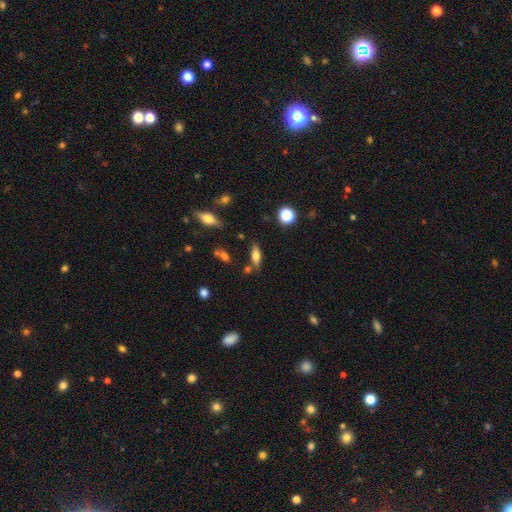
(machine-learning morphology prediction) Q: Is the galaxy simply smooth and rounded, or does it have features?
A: smooth — 67%.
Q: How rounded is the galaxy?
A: in between — 71%.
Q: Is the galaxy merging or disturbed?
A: none — 72%.